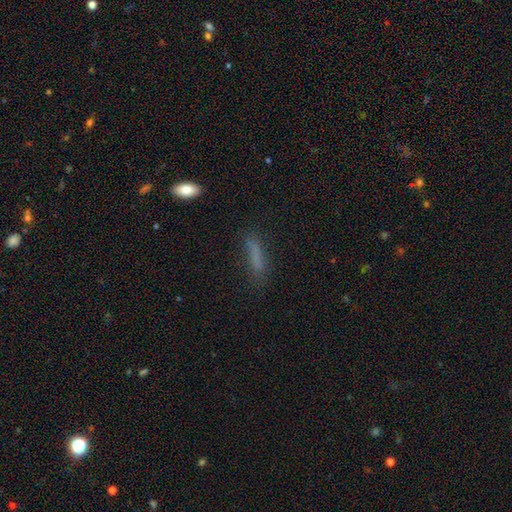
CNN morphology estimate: A smooth galaxy with no disk features (72%) that is cigar-shaped (79%).

Vote fractions:
- Smooth or featured? smooth: 72% / featured or disk: 15% / star or artifact: 12%
- How rounded? cigar-shaped: 79% / in between: 19% / round: 2%
- Merging? none: 67% / minor disturbance: 22% / major disturbance: 9% / merger: 3%